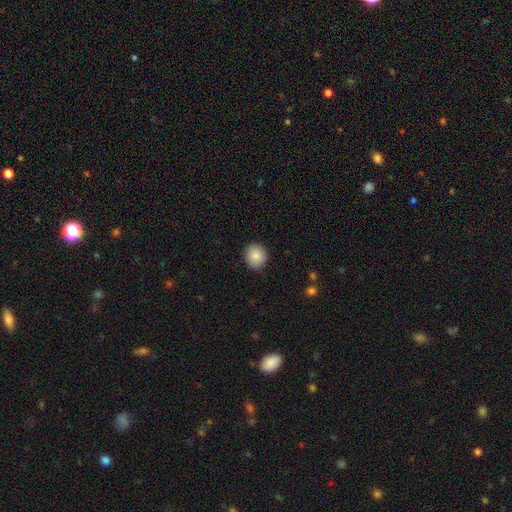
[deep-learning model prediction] This appears to be a smooth galaxy with no disk features (86%) that is round (86%). Merging: none (90%).